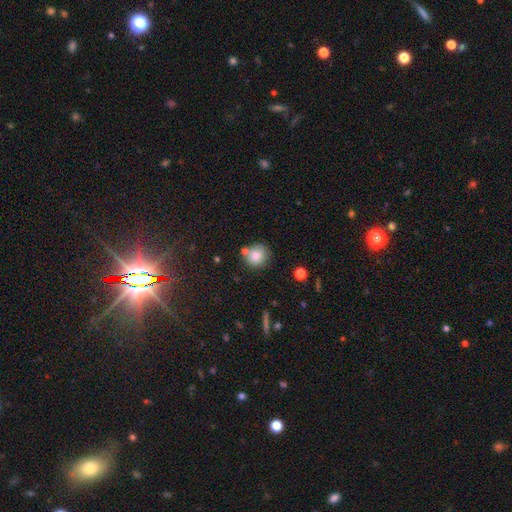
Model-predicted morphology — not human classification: A smooth galaxy with no disk features (80%) that is round (87%).

Vote fractions:
- Smooth or featured? smooth: 80% / star or artifact: 10% / featured or disk: 10%
- How rounded? round: 87% / in between: 12% / cigar-shaped: 1%
- Merging? none: 69% / merger: 14% / minor disturbance: 14% / major disturbance: 3%